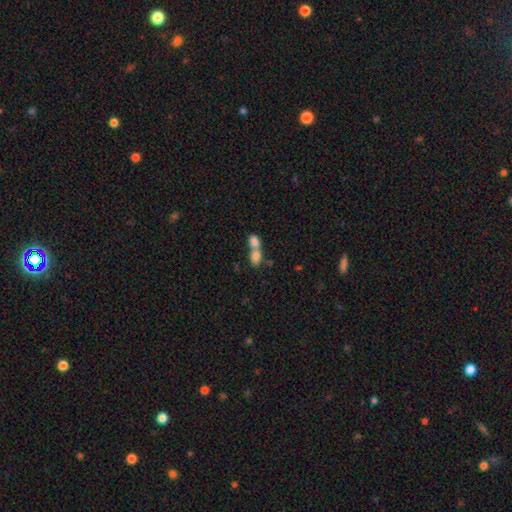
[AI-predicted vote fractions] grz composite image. It shows a smooth galaxy with no disk features (77%) that is in between round and cigar-shaped (64%). Merging: merger (73%).